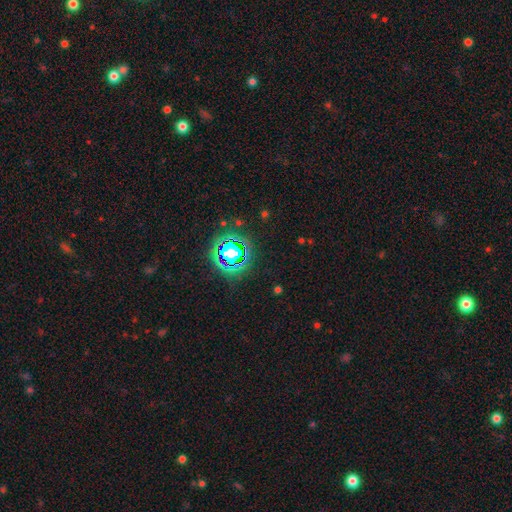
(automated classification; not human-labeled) smooth_or_featured: star or artifact (p=0.79) [alt: smooth p=0.14]